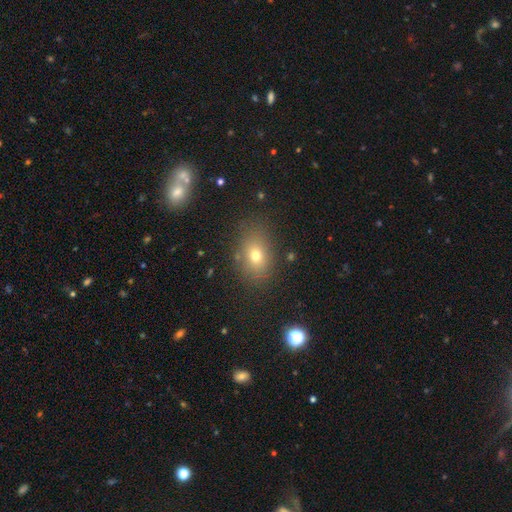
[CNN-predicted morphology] Q: Smooth or featured?
A: smooth (70%); runner-up: star or artifact (16%)
Q: How rounded?
A: in between (67%); runner-up: round (31%)
Q: Merging?
A: none (80%); runner-up: minor disturbance (12%)